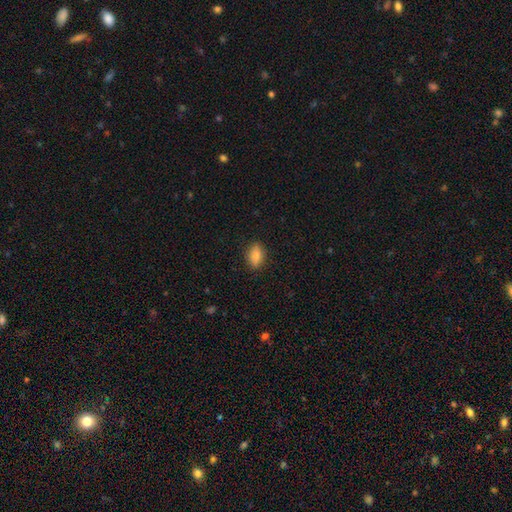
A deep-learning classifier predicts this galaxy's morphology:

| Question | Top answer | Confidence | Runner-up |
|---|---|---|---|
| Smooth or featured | smooth | 86% | star or artifact (8%) |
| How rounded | in between | 86% | round (10%) |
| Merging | none | 86% | minor disturbance (10%) |